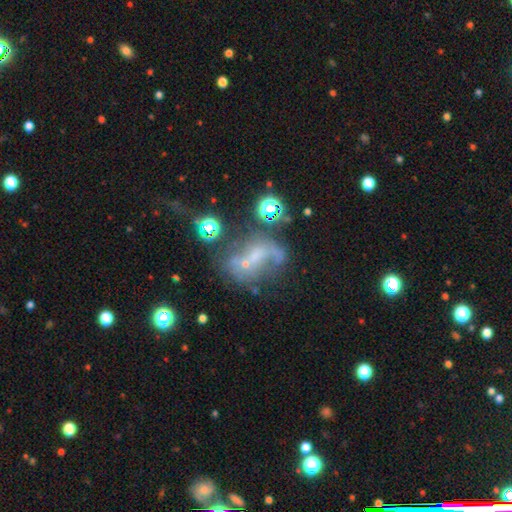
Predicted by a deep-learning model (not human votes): Smooth or featured: featured or disk — 54% (star or artifact — 23%)
Edge-on disk: no — 95% (yes — 5%)
Bar: no — 63% (weak — 26%)
Spiral arms: no — 53% (yes — 47%)
Bulge size: small — 53% (none — 25%)
Merging: major disturbance — 31% (none — 27%)